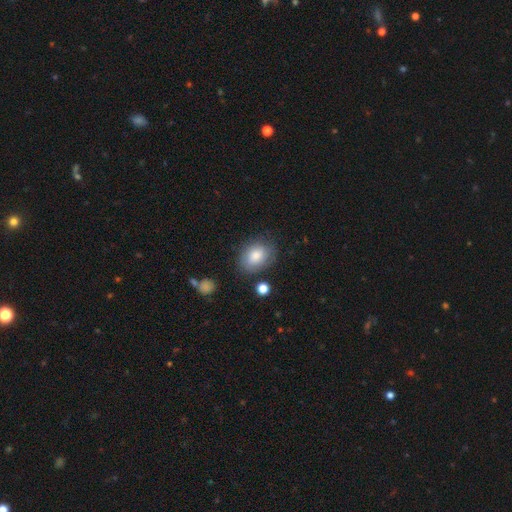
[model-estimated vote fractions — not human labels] Smooth or featured? Predicted: smooth (p=0.82). How rounded? Predicted: in between (p=0.71). Merging? Predicted: none (p=0.74).